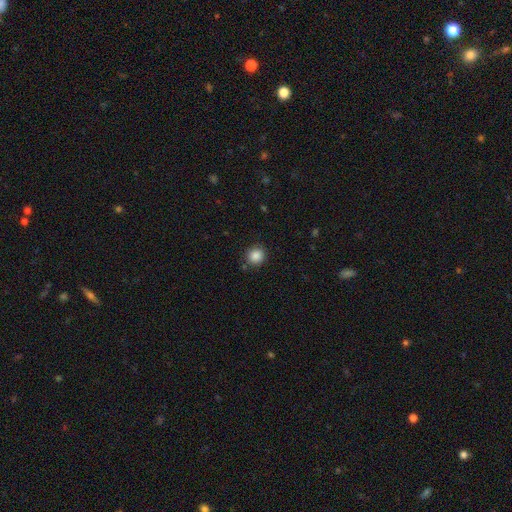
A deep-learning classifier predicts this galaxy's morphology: This is clearly a smooth galaxy (87%). How rounded: clearly round (90%). Merging: clearly none (87%).